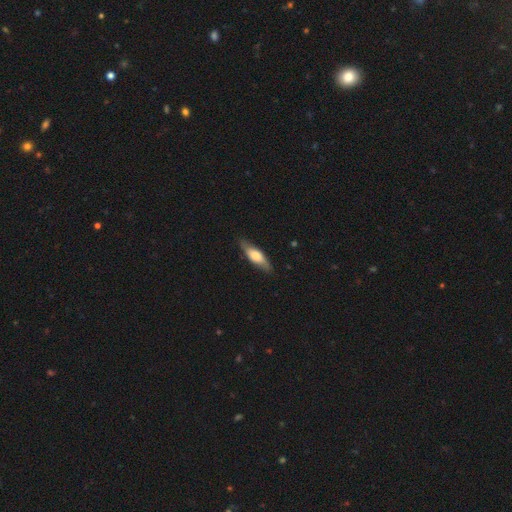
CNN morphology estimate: This is possibly a smooth galaxy (59%). How rounded: possibly in between (50%). Merging: clearly none (82%).